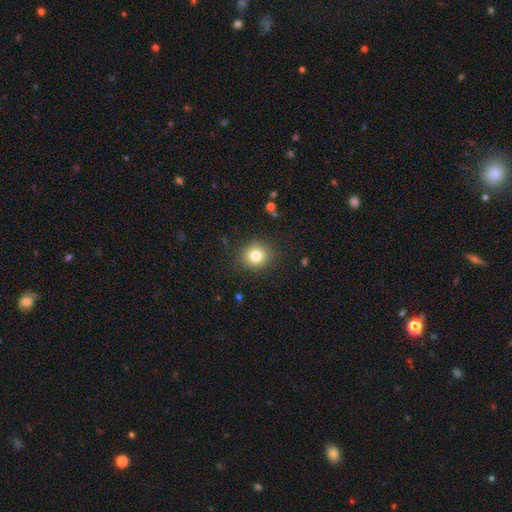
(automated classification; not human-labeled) Smooth or featured?
  - smooth: 80% *
  - star or artifact: 12%
  - featured or disk: 8%
How rounded?
  - round: 84% *
  - in between: 15%
  - cigar-shaped: 1%
Merging?
  - none: 87% *
  - minor disturbance: 9%
  - major disturbance: 3%
  - merger: 1%